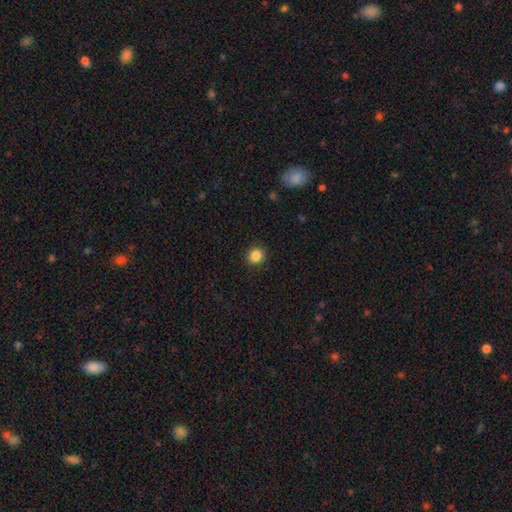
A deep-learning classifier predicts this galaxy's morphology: Smooth or featured? smooth (87%)
How rounded? round (85%)
Merging? none (91%)